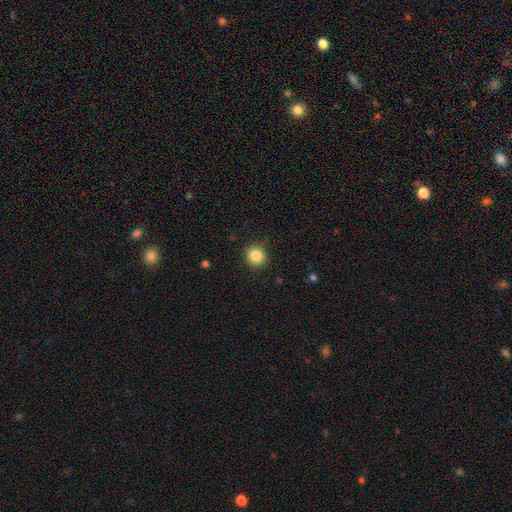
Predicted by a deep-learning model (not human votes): Q: Smooth or featured?
A: smooth (85%); runner-up: star or artifact (10%)
Q: How rounded?
A: round (89%); runner-up: in between (10%)
Q: Merging?
A: none (90%); runner-up: minor disturbance (7%)